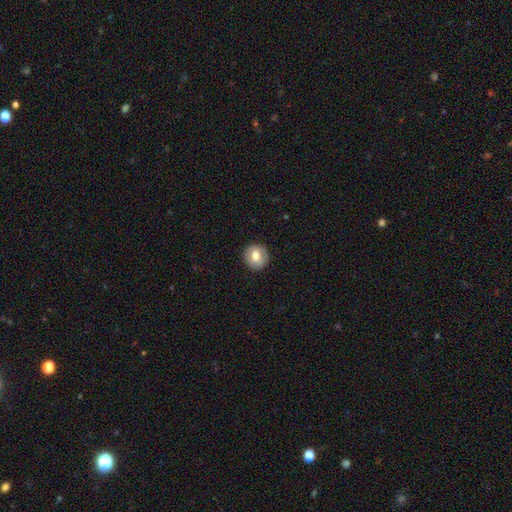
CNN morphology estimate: Smooth or featured?
  - smooth: 70% *
  - featured or disk: 23%
  - star or artifact: 8%
How rounded?
  - round: 91% *
  - in between: 8%
  - cigar-shaped: 1%
Merging?
  - none: 90% *
  - minor disturbance: 7%
  - major disturbance: 2%
  - merger: 1%